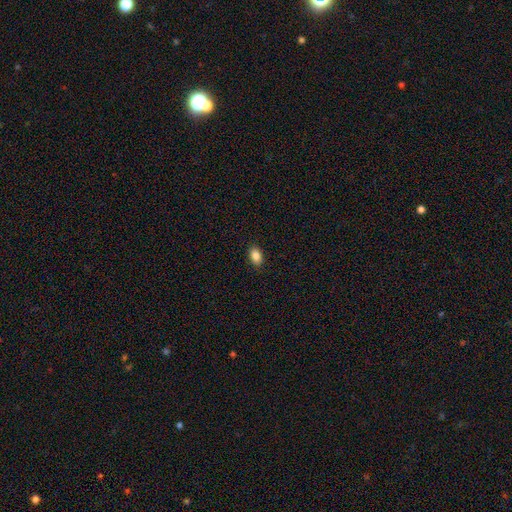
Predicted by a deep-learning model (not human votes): Q: Smooth or featured?
A: smooth (87%); runner-up: star or artifact (9%)
Q: How rounded?
A: in between (88%); runner-up: round (11%)
Q: Merging?
A: none (90%); runner-up: minor disturbance (8%)